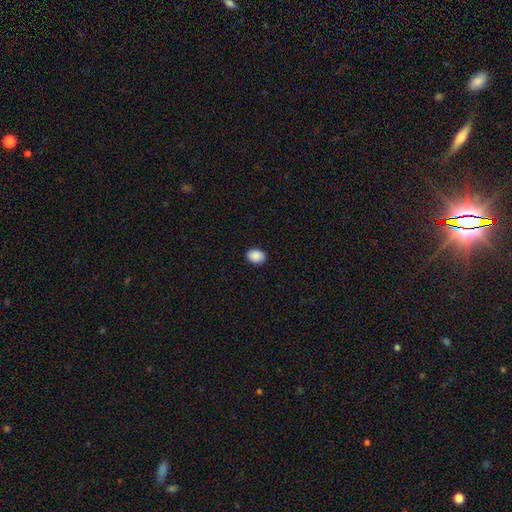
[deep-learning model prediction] A smooth galaxy with no disk features (90%) that is in between round and cigar-shaped (67%). Merging: none (90%).